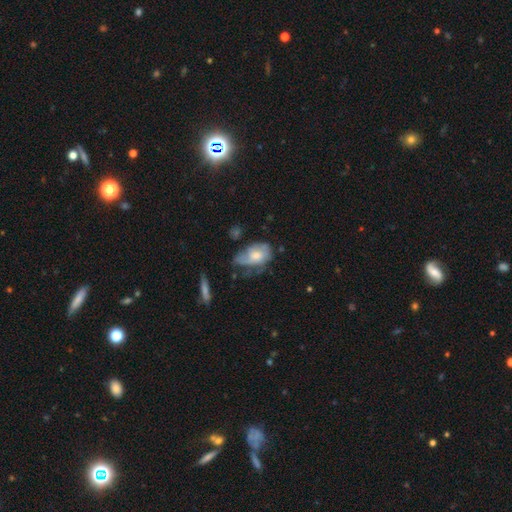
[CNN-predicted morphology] This is possibly a smooth galaxy (54%). How rounded: clearly in between (86%). Merging: marginally minor disturbance (36%).